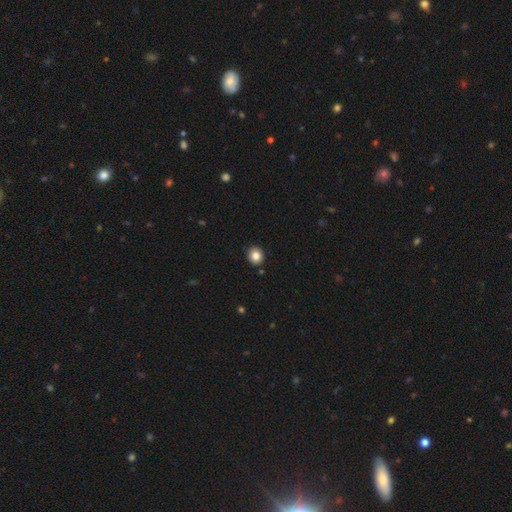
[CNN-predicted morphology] Smooth or featured: smooth — 84% (star or artifact — 10%)
How rounded: round — 83% (in between — 16%)
Merging: none — 91% (minor disturbance — 6%)